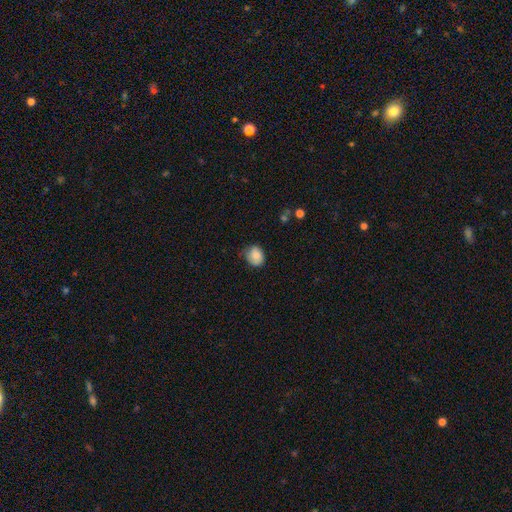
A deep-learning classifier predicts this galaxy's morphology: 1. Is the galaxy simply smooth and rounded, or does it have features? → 84% smooth, 8% featured or disk, 8% star or artifact.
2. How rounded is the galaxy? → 61% round, 38% in between, 1% cigar-shaped.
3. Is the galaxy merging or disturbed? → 62% none, 31% minor disturbance, 6% major disturbance, 1% merger.